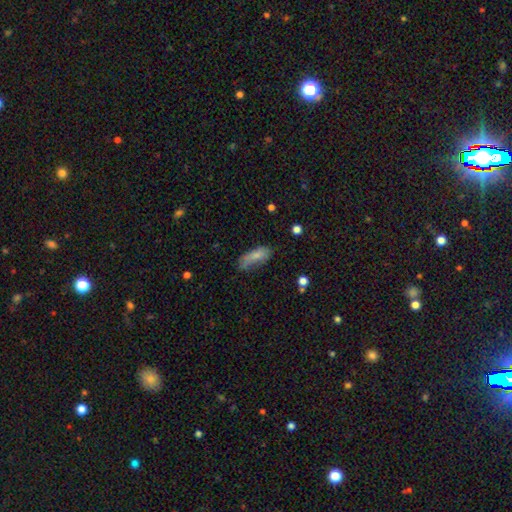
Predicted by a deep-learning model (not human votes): This is likely a smooth galaxy (77%). How rounded: likely in between (73%). Merging: possibly none (47%).